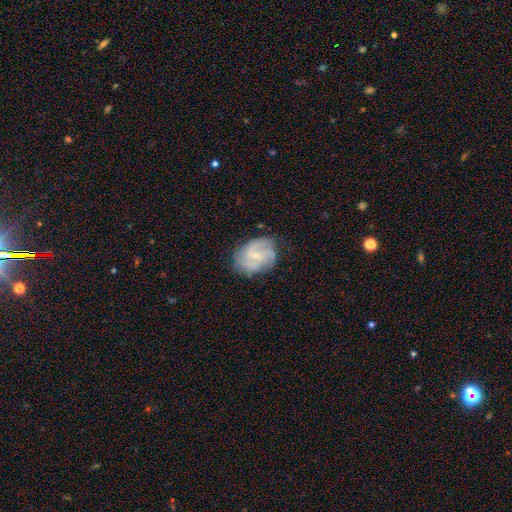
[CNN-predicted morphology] Smooth or featured? Predicted: featured or disk (p=0.74). Edge-on disk? Predicted: no (p=0.98). Bar? Predicted: no (p=0.51). Spiral arms? Predicted: yes (p=0.92). Spiral winding? Predicted: medium (p=0.43). Spiral arm count? Predicted: 3 (p=0.30). Bulge size? Predicted: small (p=0.71). Merging? Predicted: none (p=0.69).